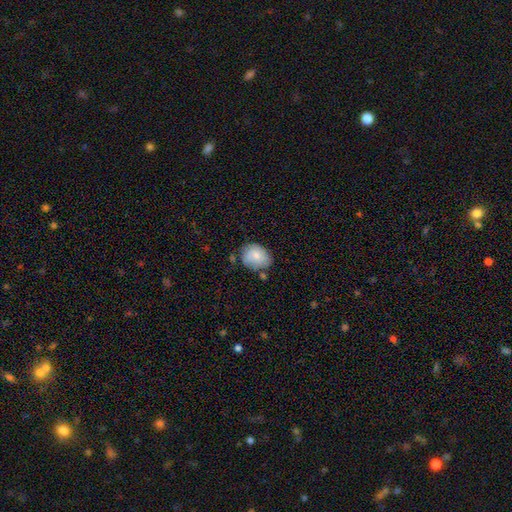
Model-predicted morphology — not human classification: A smooth galaxy with no disk features (75%) that is in between round and cigar-shaped (50%). Merging: none (59%).